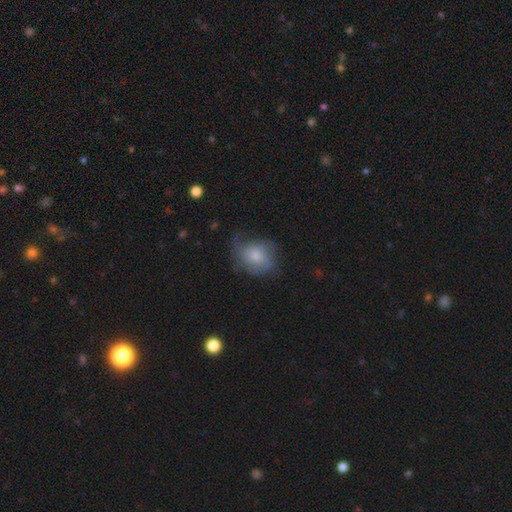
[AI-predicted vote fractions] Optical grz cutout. It shows a smooth galaxy with no disk features (63%) that is round (55%). Merging: none (41%).